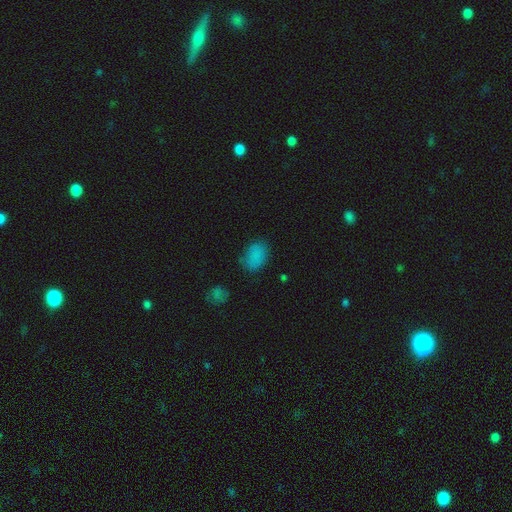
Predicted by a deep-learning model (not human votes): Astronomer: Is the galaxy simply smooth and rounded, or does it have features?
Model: smooth — 83%.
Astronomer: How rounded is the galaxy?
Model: in between — 84%.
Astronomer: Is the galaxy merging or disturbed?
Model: none — 72%.